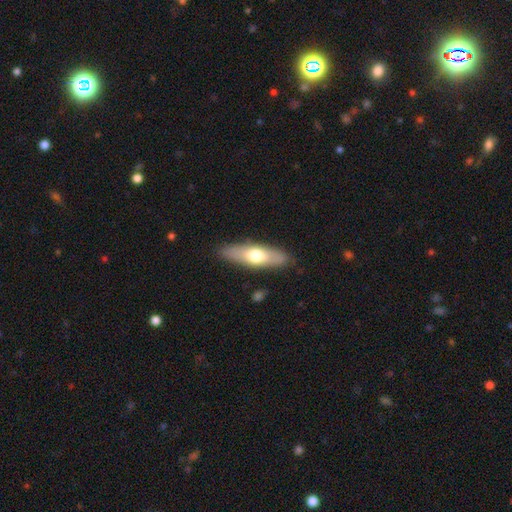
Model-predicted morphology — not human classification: Smooth or featured?
  - smooth: 59% *
  - featured or disk: 36%
  - star or artifact: 5%
How rounded?
  - cigar-shaped: 50% *
  - in between: 48%
  - round: 2%
Merging?
  - none: 87% *
  - minor disturbance: 10%
  - major disturbance: 2%
  - merger: 1%